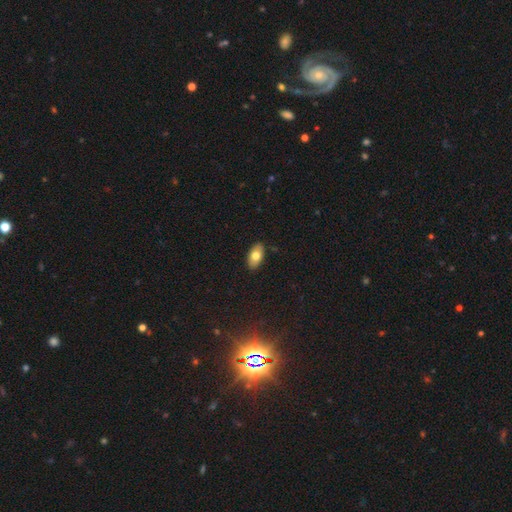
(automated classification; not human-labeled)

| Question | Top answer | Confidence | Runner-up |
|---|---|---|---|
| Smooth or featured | smooth | 74% | featured or disk (19%) |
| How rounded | in between | 93% | round (4%) |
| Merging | none | 88% | minor disturbance (9%) |